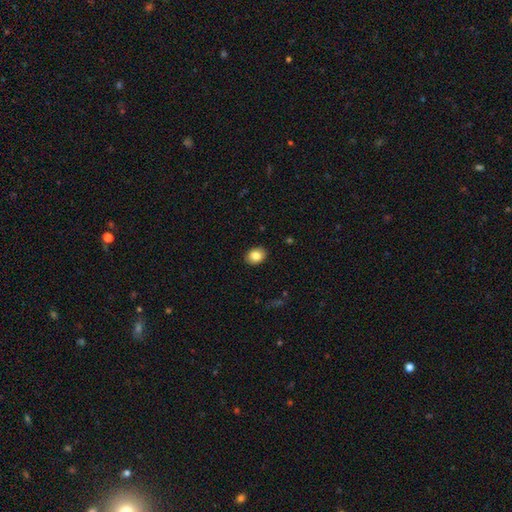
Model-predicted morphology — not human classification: A smooth galaxy with no disk features (85%) that is in between round and cigar-shaped (59%).

Vote fractions:
- Smooth or featured? smooth: 85% / star or artifact: 8% / featured or disk: 7%
- How rounded? in between: 59% / round: 40% / cigar-shaped: 1%
- Merging? none: 90% / minor disturbance: 7% / major disturbance: 2% / merger: 1%